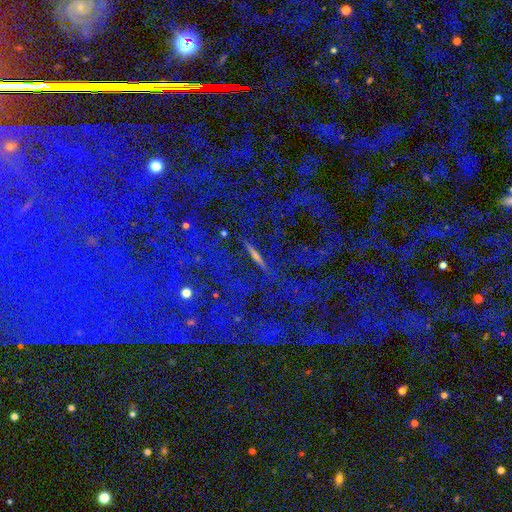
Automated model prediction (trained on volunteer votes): Smooth or featured?
  - star or artifact: 62% *
  - featured or disk: 22%
  - smooth: 16%